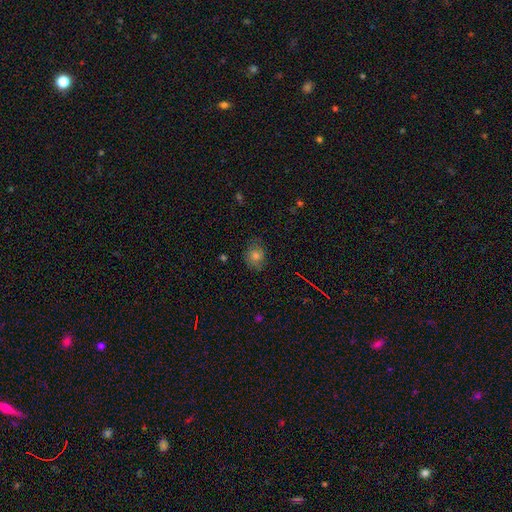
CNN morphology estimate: Overall: smooth (61%). How rounded: round (68%; in between 31%). Merging: none (74%).